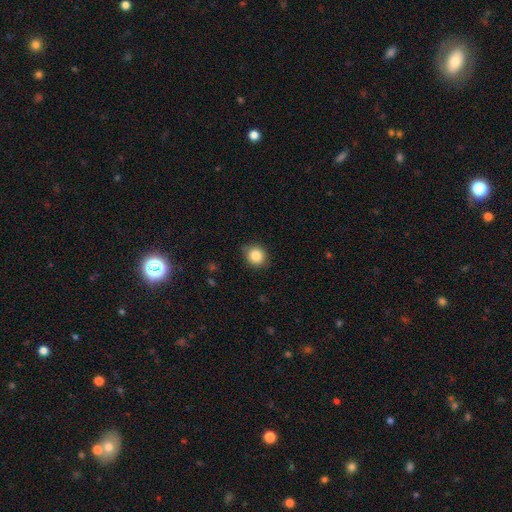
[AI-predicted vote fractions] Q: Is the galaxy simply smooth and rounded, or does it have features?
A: smooth — 85%.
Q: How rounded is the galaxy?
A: round — 82%.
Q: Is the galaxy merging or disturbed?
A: none — 84%.